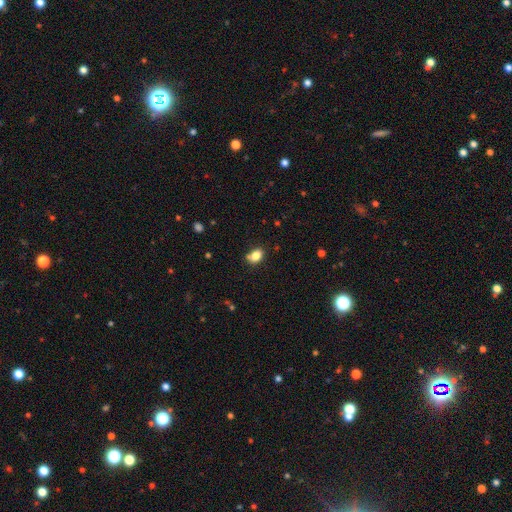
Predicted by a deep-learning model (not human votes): The model was most divided on "how rounded": in between: 74%, round: 25%, cigar-shaped: 1%. More confident: smooth or featured — smooth (83%); merging — none (71%).